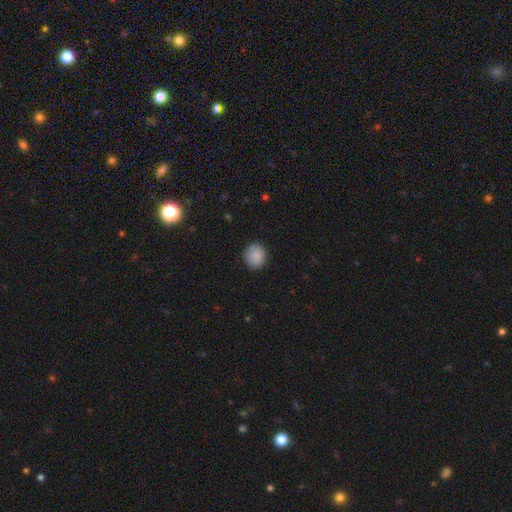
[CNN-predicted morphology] This appears to be a smooth galaxy with no disk features (88%) that is round (77%). Merging: none (88%).